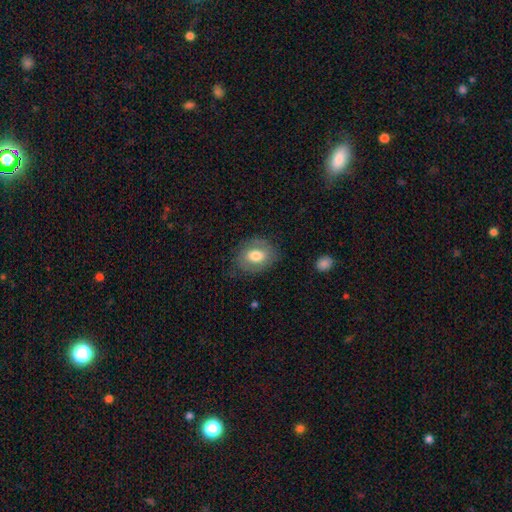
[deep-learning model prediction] Smooth or featured? Predicted: smooth (p=0.64). How rounded? Predicted: in between (p=0.70). Merging? Predicted: none (p=0.75).